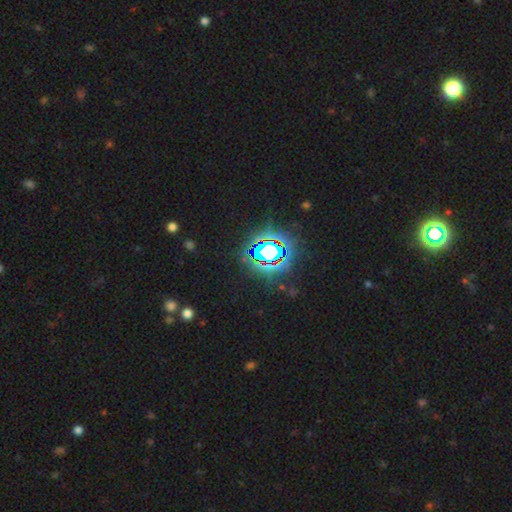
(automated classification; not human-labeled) Smooth or featured: star or artifact — 82% (smooth — 10%)